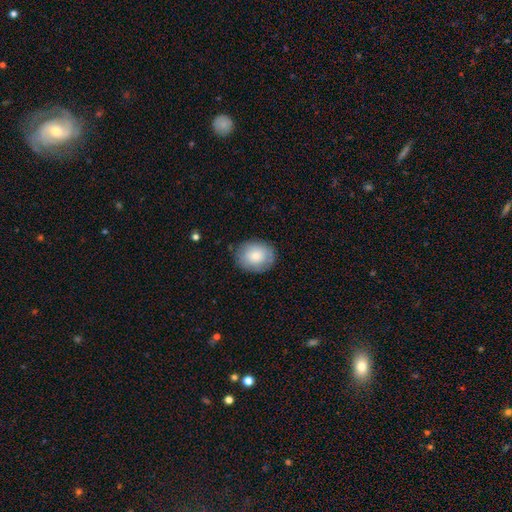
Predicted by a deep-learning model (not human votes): Smooth or featured? Predicted: smooth (p=0.78). How rounded? Predicted: round (p=0.51). Merging? Predicted: none (p=0.82).